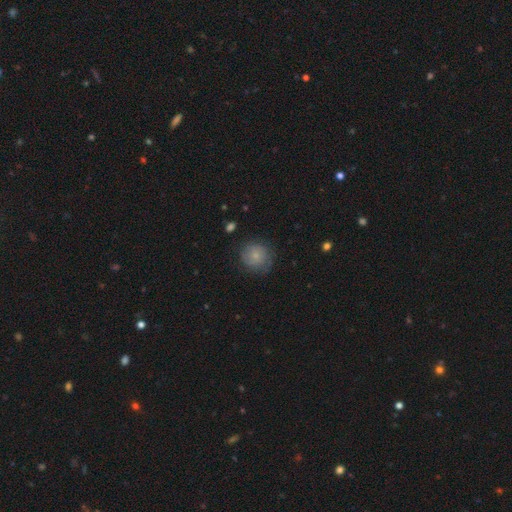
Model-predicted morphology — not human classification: smooth-or-featured: smooth: 70% | featured or disk: 22% | star or artifact: 8%
  how-rounded: round: 91% | in between: 8% | cigar-shaped: 1%
  merging: none: 74% | minor disturbance: 18% | major disturbance: 7% | merger: 1%